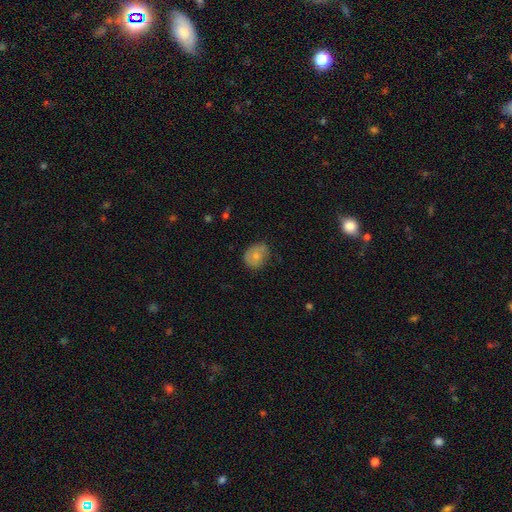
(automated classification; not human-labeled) Smooth or featured?
  - smooth: 72% *
  - featured or disk: 20%
  - star or artifact: 8%
How rounded?
  - round: 55% *
  - in between: 44%
  - cigar-shaped: 1%
Merging?
  - none: 64% *
  - minor disturbance: 28%
  - major disturbance: 7%
  - merger: 2%